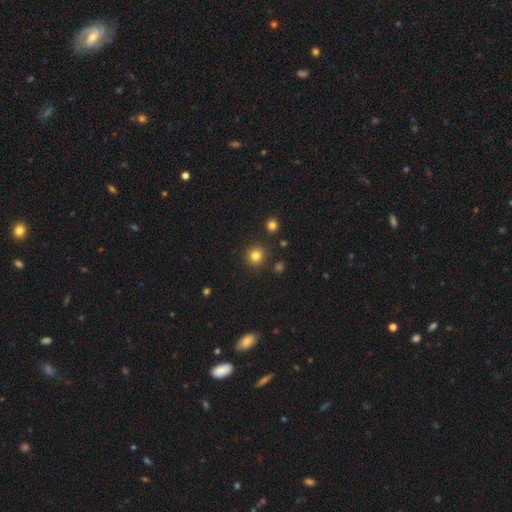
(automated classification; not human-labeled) This is clearly a smooth galaxy (82%). How rounded: clearly round (92%). Merging: clearly none (89%).